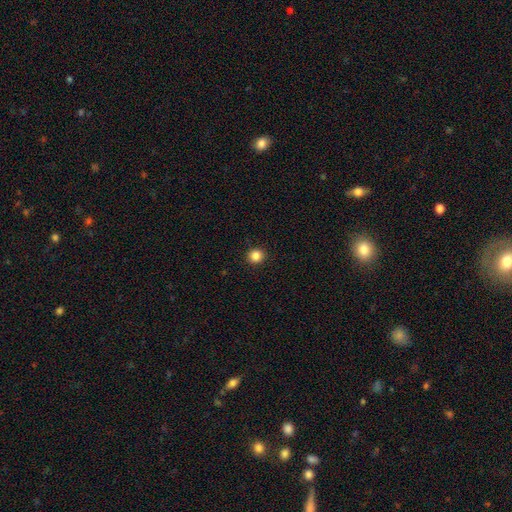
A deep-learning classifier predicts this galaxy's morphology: smooth-or-featured: smooth: 86% | star or artifact: 11% | featured or disk: 3%
  how-rounded: round: 91% | in between: 8% | cigar-shaped: 1%
  merging: none: 92% | minor disturbance: 5% | major disturbance: 2% | merger: 1%